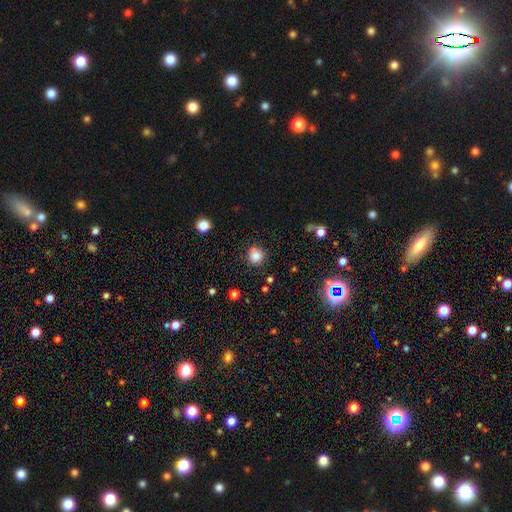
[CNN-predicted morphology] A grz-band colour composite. It shows a smooth galaxy with no disk features (83%) that is round (87%). Merging: none (79%).